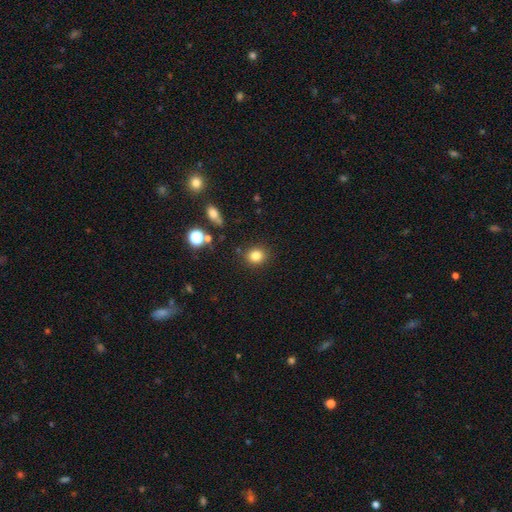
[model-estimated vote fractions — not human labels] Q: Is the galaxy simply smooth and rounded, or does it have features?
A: smooth — 82%.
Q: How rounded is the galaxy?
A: round — 77%.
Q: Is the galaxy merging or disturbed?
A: none — 86%.